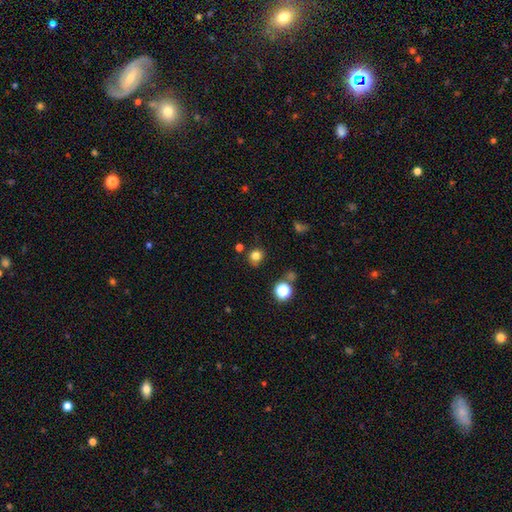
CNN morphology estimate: A smooth galaxy with no disk features (79%) that is round (84%).

Vote fractions:
- Smooth or featured? smooth: 79% / star or artifact: 15% / featured or disk: 6%
- How rounded? round: 84% / in between: 15% / cigar-shaped: 1%
- Merging? none: 81% / minor disturbance: 12% / merger: 4% / major disturbance: 3%